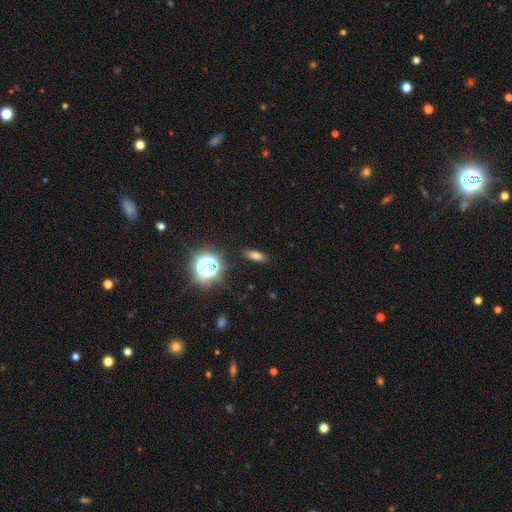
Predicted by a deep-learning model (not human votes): This is likely a smooth galaxy (67%). How rounded: possibly in between (57%). Merging: clearly none (88%).